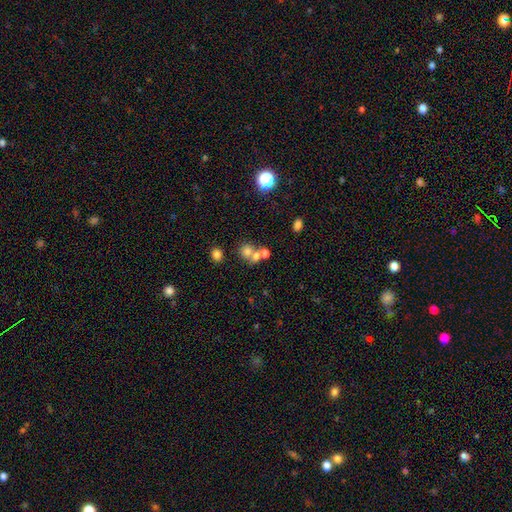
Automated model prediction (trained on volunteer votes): Overall: smooth (65%). How rounded: round (73%). Merging: merger (53%; none 35%).